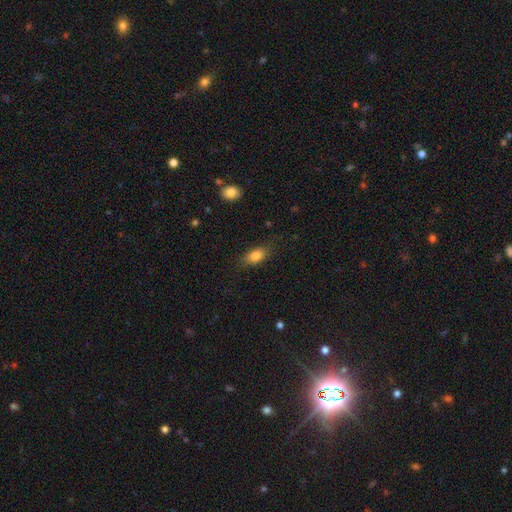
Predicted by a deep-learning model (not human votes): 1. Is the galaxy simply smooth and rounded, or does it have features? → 81% smooth, 10% featured or disk, 9% star or artifact.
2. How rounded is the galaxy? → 82% in between, 9% round, 9% cigar-shaped.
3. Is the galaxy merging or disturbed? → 78% none, 16% minor disturbance, 5% major disturbance, 1% merger.